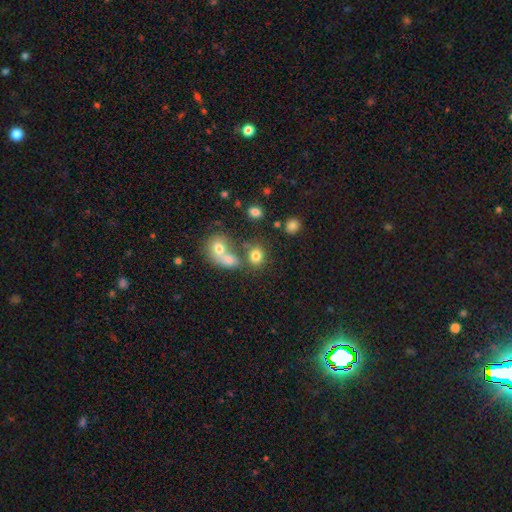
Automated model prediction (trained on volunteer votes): Smooth or featured?
  - smooth: 76% *
  - star or artifact: 14%
  - featured or disk: 10%
How rounded?
  - round: 67% *
  - in between: 31%
  - cigar-shaped: 1%
Merging?
  - none: 52% *
  - merger: 32%
  - minor disturbance: 10%
  - major disturbance: 6%